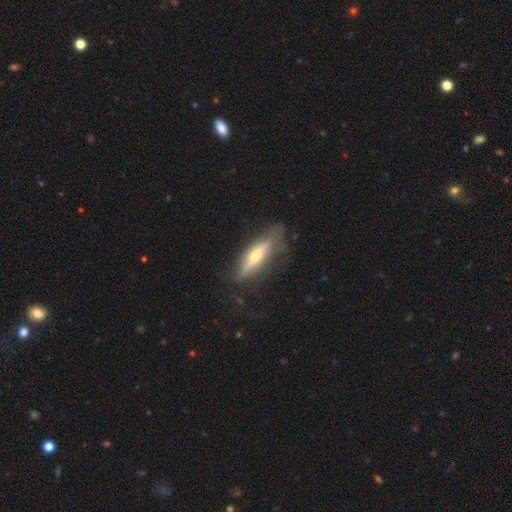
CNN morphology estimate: Q: Smooth or featured?
A: featured or disk (55%); runner-up: smooth (39%)
Q: Edge-on disk?
A: yes (87%); runner-up: no (13%)
Q: Merging?
A: none (68%); runner-up: minor disturbance (22%)